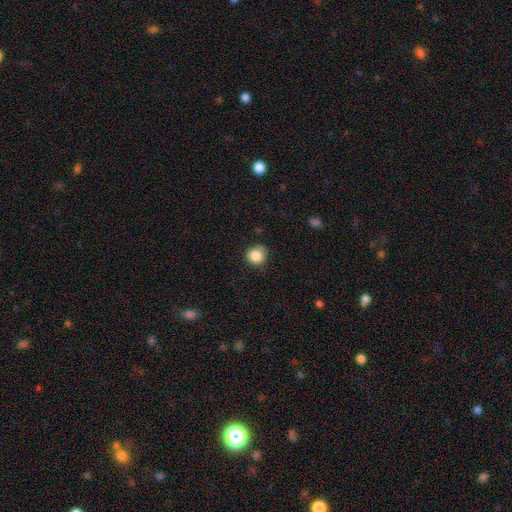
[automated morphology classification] Smooth or featured? smooth (85%)
How rounded? round (86%)
Merging? none (71%)